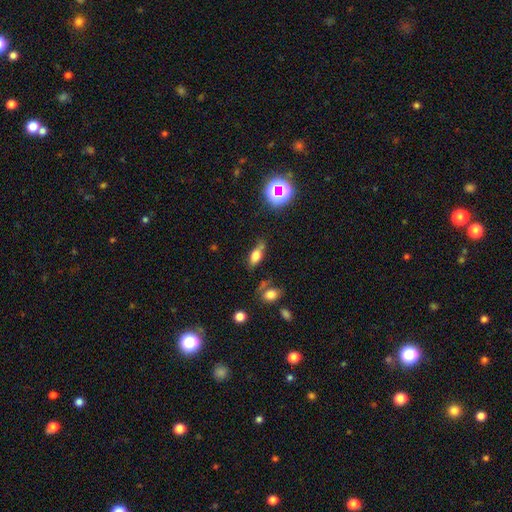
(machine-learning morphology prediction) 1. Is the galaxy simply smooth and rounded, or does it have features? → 65% smooth, 21% featured or disk, 13% star or artifact.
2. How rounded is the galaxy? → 74% in between, 18% cigar-shaped, 8% round.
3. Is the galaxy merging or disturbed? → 60% none, 21% minor disturbance, 12% merger, 8% major disturbance.